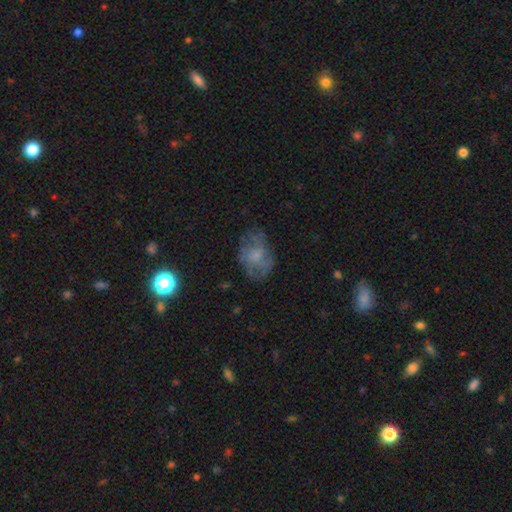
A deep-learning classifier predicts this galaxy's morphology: Smooth or featured: smooth — 46% (featured or disk — 44%)
Merging: none — 59% (minor disturbance — 23%)